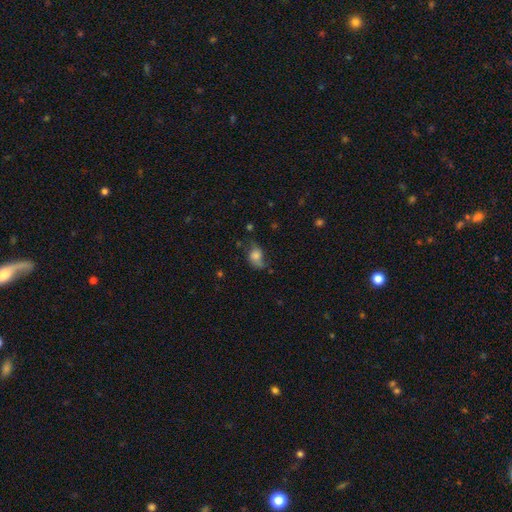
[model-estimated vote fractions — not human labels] Morphology: type=smooth (71%); roundness=in between (66%); merging=none (42%).